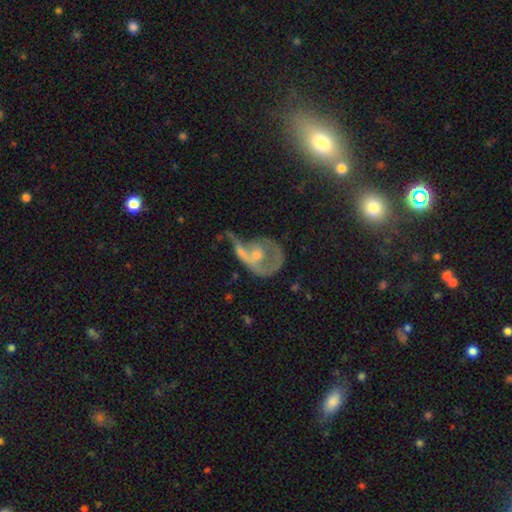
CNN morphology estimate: Smooth or featured? Predicted: featured or disk (p=0.66). Edge-on disk? Predicted: no (p=0.95). Bar? Predicted: no (p=0.71). Spiral arms? Predicted: yes (p=0.55). Bulge size? Predicted: small (p=0.48). Merging? Predicted: major disturbance (p=0.40).